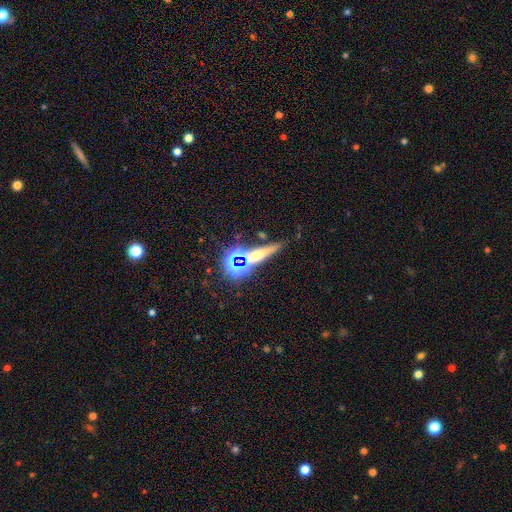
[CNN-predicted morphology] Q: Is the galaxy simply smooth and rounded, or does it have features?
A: smooth — 36%.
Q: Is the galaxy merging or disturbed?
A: none — 67%.